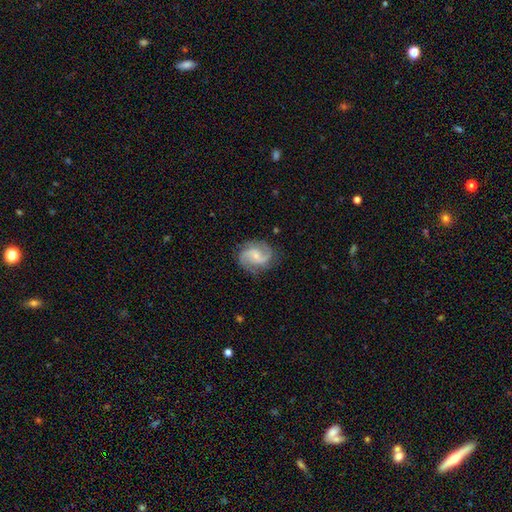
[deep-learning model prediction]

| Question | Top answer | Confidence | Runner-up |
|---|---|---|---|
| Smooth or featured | featured or disk | 83% | smooth (12%) |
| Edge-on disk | no | 98% | yes (2%) |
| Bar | no | 47% | weak (44%) |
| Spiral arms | yes | 97% | no (3%) |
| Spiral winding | medium | 52% | loose (30%) |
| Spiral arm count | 2 | 86% | 3 (5%) |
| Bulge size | small | 63% | moderate (30%) |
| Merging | none | 79% | minor disturbance (14%) |